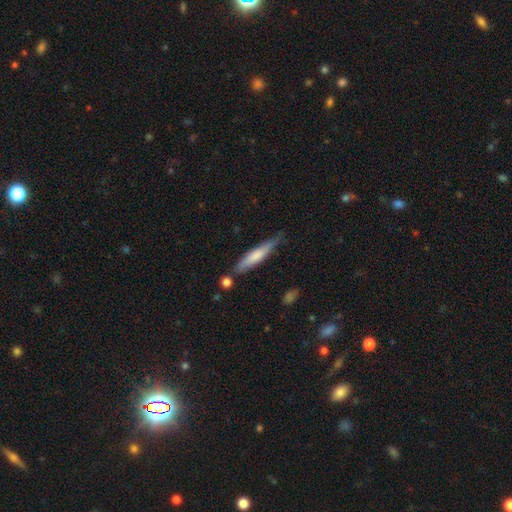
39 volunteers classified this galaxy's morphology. A smooth galaxy with no disk features (56%) that is cigar-shaped (95%). Merging: none (45%).